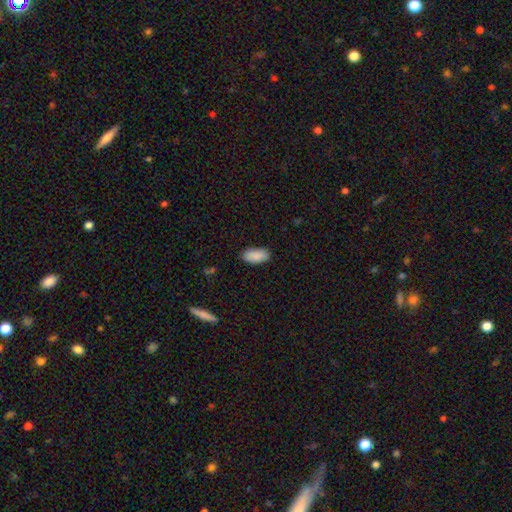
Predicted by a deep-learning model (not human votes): A smooth galaxy with no disk features (90%) that is in between round and cigar-shaped (93%). Merging: none (86%).